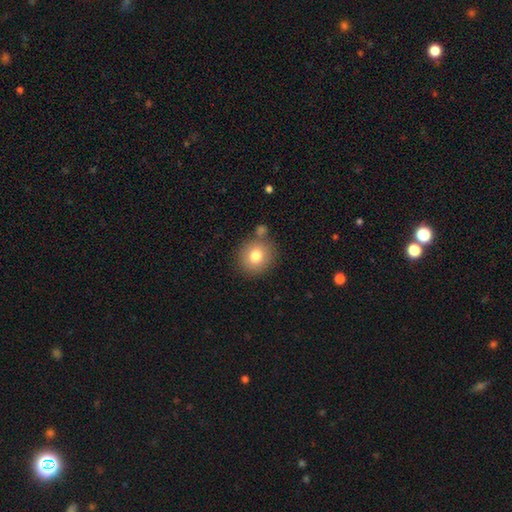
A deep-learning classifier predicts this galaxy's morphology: This is likely a smooth galaxy (78%). How rounded: clearly round (86%). Merging: likely none (76%).